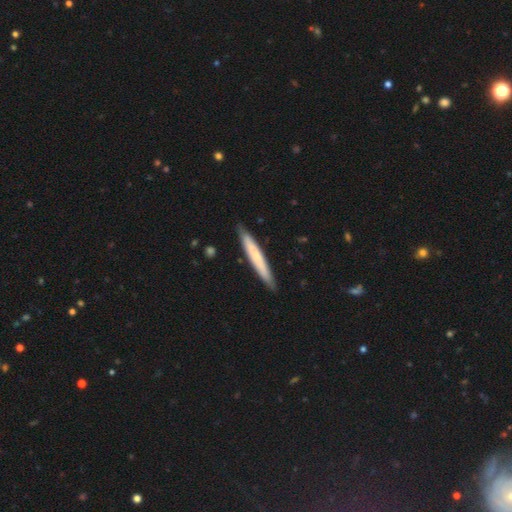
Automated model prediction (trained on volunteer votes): The model was most divided on "smooth or featured": smooth: 59%, featured or disk: 36%, star or artifact: 5%. More confident: how rounded — cigar-shaped (95%); merging — none (88%).